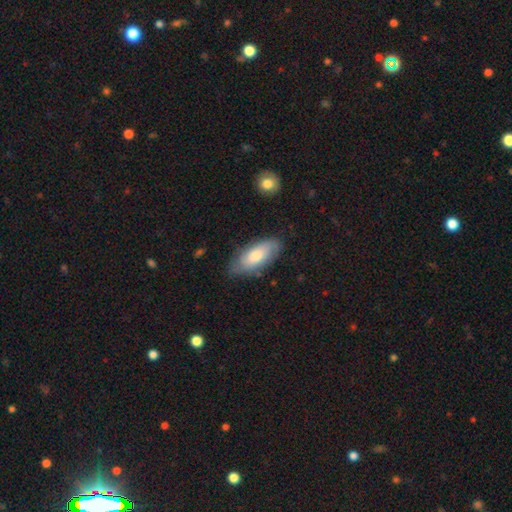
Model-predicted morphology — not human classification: A smooth galaxy with no disk features (68%) that is in between round and cigar-shaped (85%). Merging: none (76%).